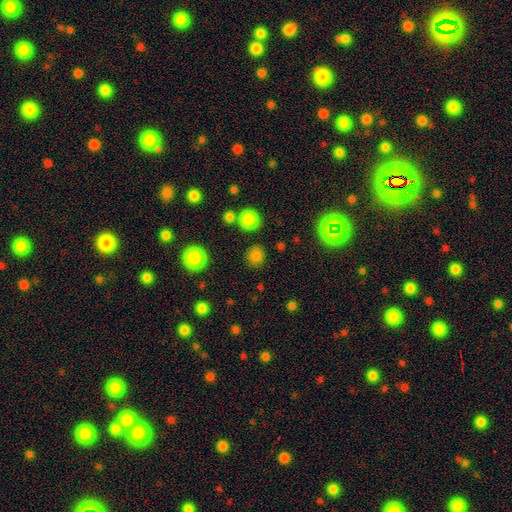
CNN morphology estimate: Q: Smooth or featured?
A: smooth (79%); runner-up: star or artifact (17%)
Q: How rounded?
A: round (86%); runner-up: in between (13%)
Q: Merging?
A: none (85%); runner-up: minor disturbance (9%)